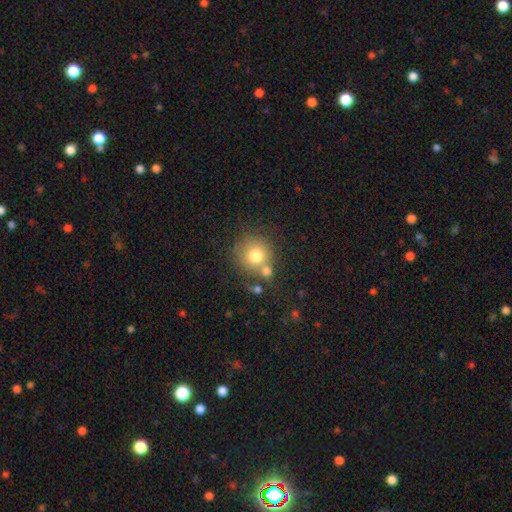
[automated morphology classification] Overall: smooth (76%). How rounded: round (91%). Merging: none (58%; merger 25%).